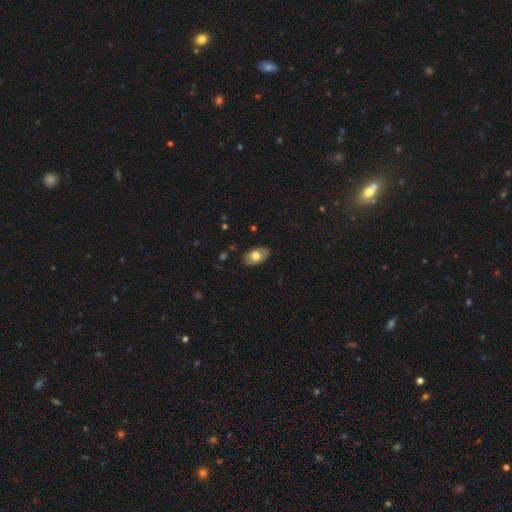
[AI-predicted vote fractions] Morphology: type=smooth (59%); roundness=in between (91%); merging=none (83%).